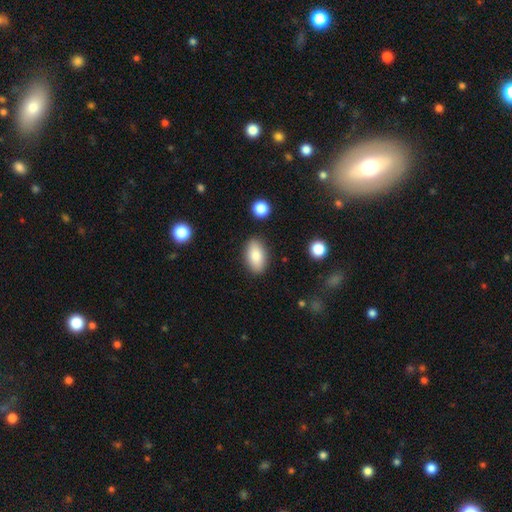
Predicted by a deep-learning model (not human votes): Q: Smooth or featured?
A: smooth (84%); runner-up: featured or disk (9%)
Q: How rounded?
A: in between (93%); runner-up: round (4%)
Q: Merging?
A: none (86%); runner-up: minor disturbance (10%)